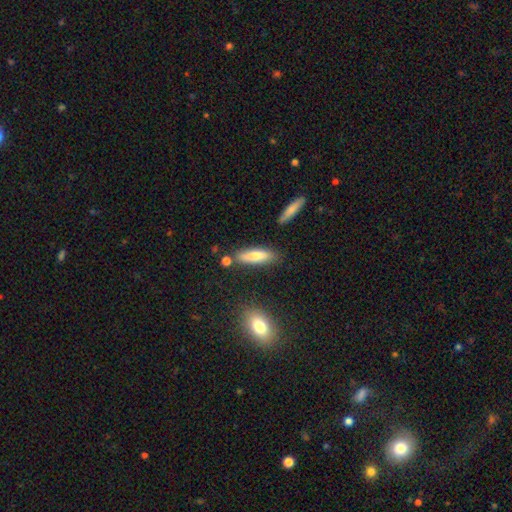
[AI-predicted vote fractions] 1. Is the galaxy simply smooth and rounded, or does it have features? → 68% smooth, 25% featured or disk, 7% star or artifact.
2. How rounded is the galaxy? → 55% cigar-shaped, 43% in between, 2% round.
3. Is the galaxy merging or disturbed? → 78% none, 13% minor disturbance, 6% merger, 3% major disturbance.